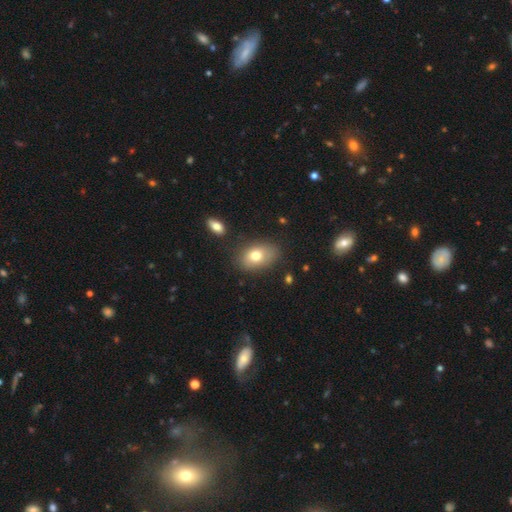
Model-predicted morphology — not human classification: type=smooth (75%); roundness=in between (85%); merging=none (77%).